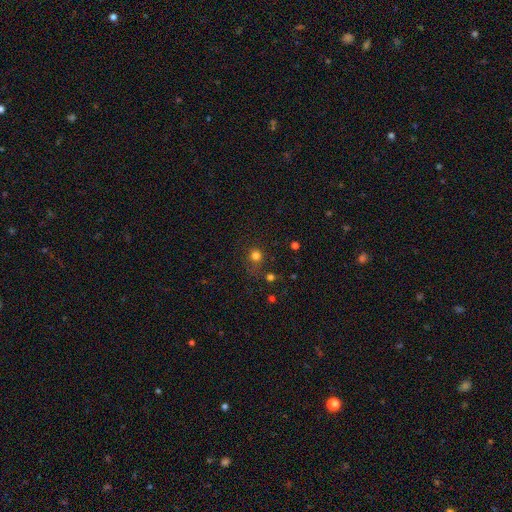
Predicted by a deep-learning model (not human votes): smooth-or-featured: smooth: 75% | star or artifact: 19% | featured or disk: 5%
  how-rounded: round: 90% | in between: 9% | cigar-shaped: 1%
  merging: none: 69% | minor disturbance: 15% | major disturbance: 9% | merger: 7%